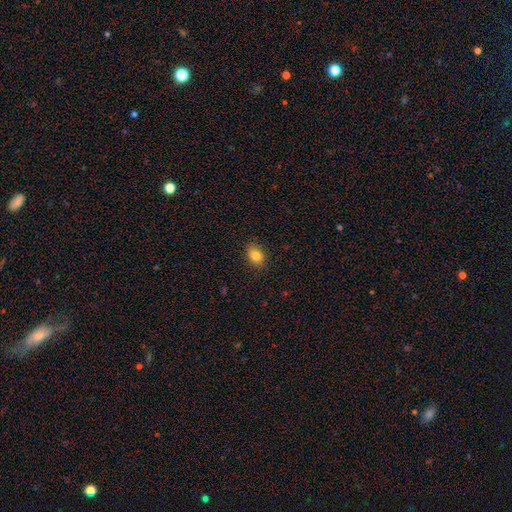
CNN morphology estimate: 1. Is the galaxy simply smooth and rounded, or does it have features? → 83% smooth, 10% star or artifact, 7% featured or disk.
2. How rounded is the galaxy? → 66% in between, 32% round, 1% cigar-shaped.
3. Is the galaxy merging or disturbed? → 87% none, 10% minor disturbance, 2% major disturbance, 1% merger.